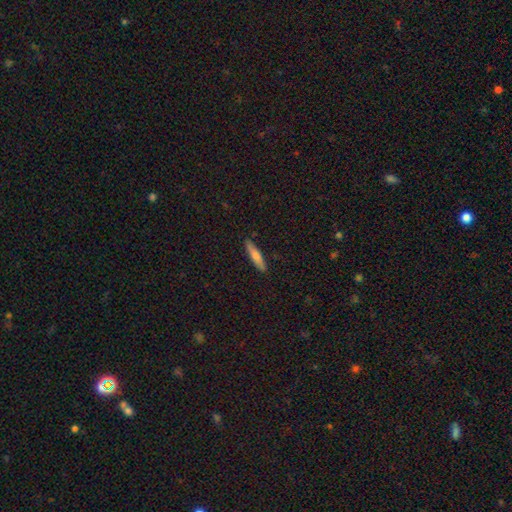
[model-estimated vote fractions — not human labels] Smooth or featured?
  - smooth: 64% *
  - featured or disk: 30%
  - star or artifact: 6%
How rounded?
  - cigar-shaped: 86% *
  - in between: 13%
  - round: 2%
Merging?
  - none: 88% *
  - minor disturbance: 9%
  - major disturbance: 2%
  - merger: 1%